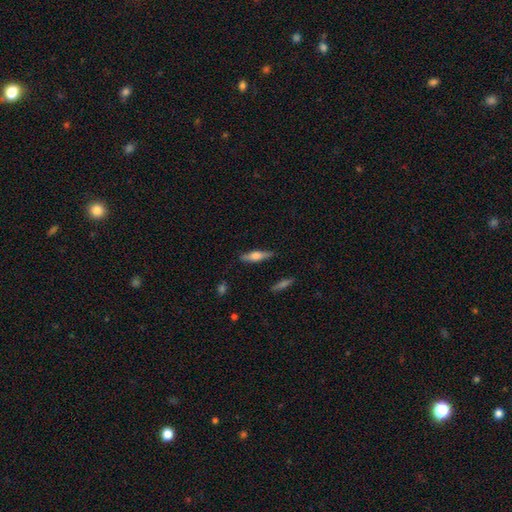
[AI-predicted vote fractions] This appears to be a featured or disk galaxy (48%). Merging: none (85%).